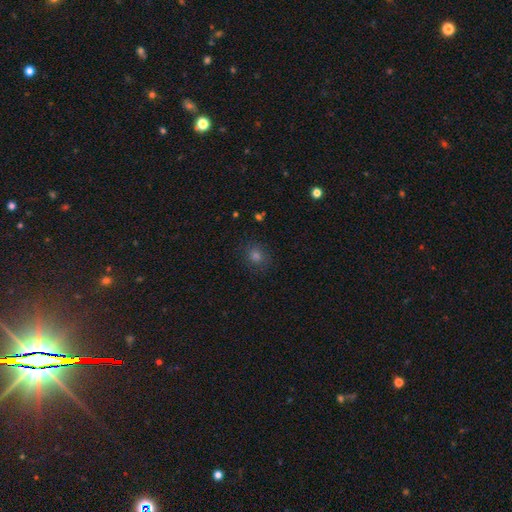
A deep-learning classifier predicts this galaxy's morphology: A smooth galaxy with no disk features (66%) that is round (80%).

Vote fractions:
- Smooth or featured? smooth: 66% / star or artifact: 26% / featured or disk: 9%
- How rounded? round: 80% / in between: 19% / cigar-shaped: 1%
- Merging? none: 86% / minor disturbance: 10% / major disturbance: 3% / merger: 1%